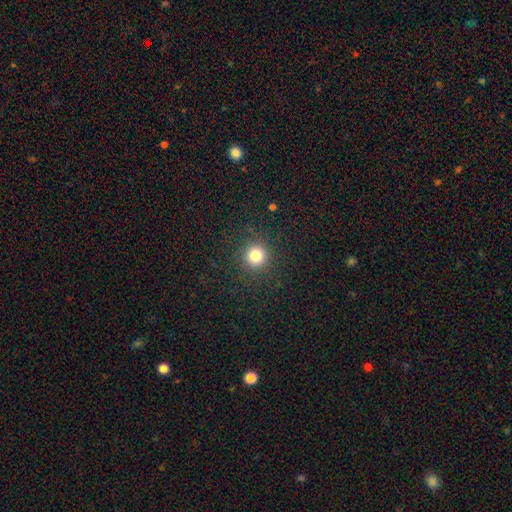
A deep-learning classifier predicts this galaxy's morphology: type=smooth (81%); roundness=round (94%); merging=none (90%).